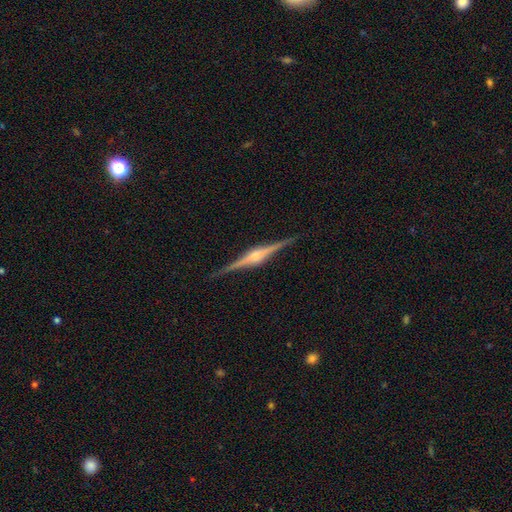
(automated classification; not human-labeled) Smooth or featured? featured or disk (88%)
Edge-on disk? yes (99%)
Edge-on bulge? rounded (85%)
Merging? none (91%)